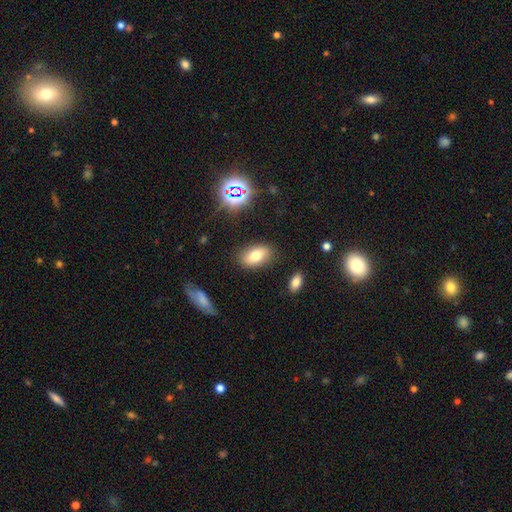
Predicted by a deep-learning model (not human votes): Smooth or featured: smooth — 74% (featured or disk — 14%)
How rounded: in between — 90% (round — 8%)
Merging: none — 83% (minor disturbance — 11%)